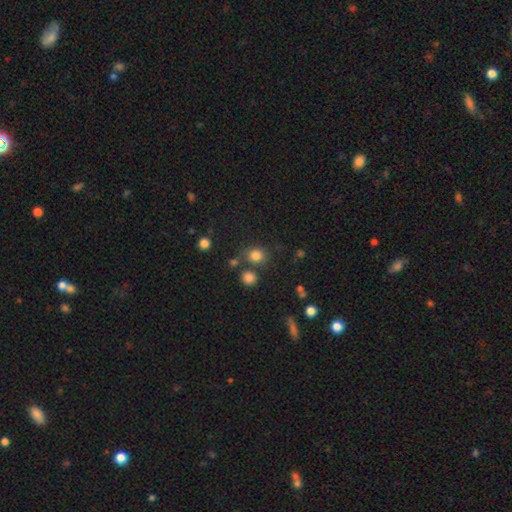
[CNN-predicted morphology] Smooth or featured?
  - smooth: 80% *
  - star or artifact: 14%
  - featured or disk: 6%
How rounded?
  - round: 83% *
  - in between: 16%
  - cigar-shaped: 1%
Merging?
  - none: 72% *
  - merger: 12%
  - minor disturbance: 11%
  - major disturbance: 5%